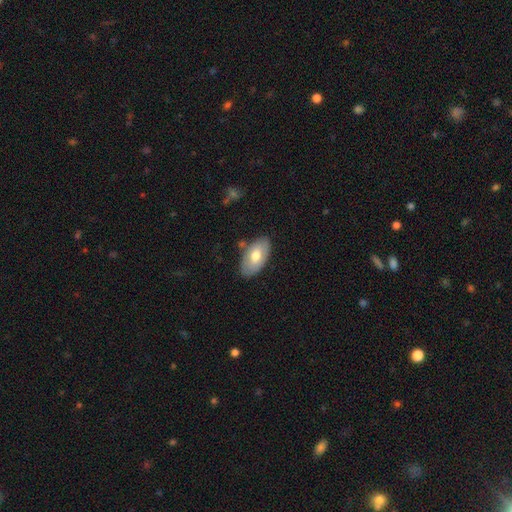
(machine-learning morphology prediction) The model was most divided on "smooth or featured": smooth: 64%, featured or disk: 30%, star or artifact: 6%. More confident: how rounded — in between (94%); merging — none (77%).